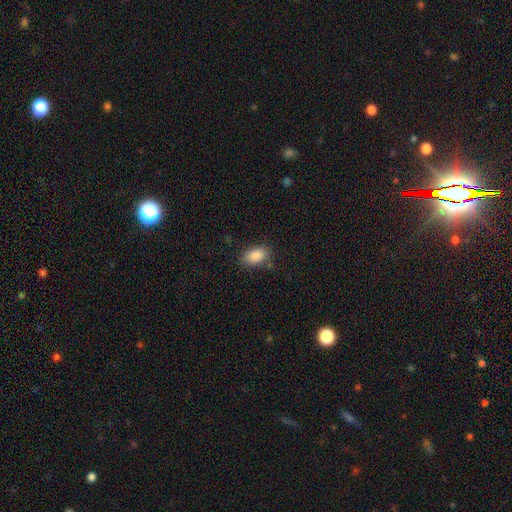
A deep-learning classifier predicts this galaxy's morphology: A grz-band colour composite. It shows a smooth galaxy with no disk features (88%) that is in between round and cigar-shaped (91%). Merging: none (81%).